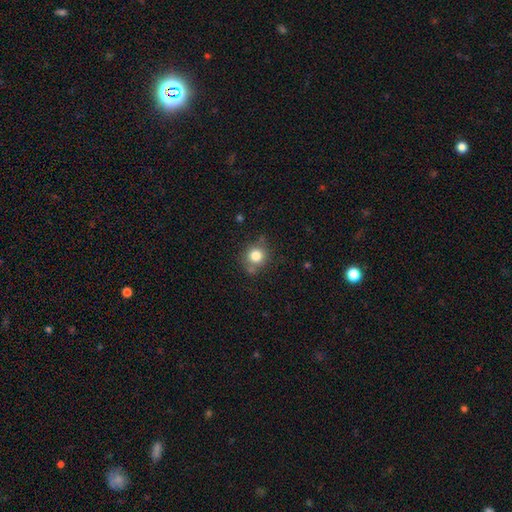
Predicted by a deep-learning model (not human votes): Smooth or featured?
  - smooth: 80% *
  - star or artifact: 12%
  - featured or disk: 8%
How rounded?
  - round: 88% *
  - in between: 11%
  - cigar-shaped: 1%
Merging?
  - none: 73% *
  - minor disturbance: 15%
  - merger: 7%
  - major disturbance: 4%